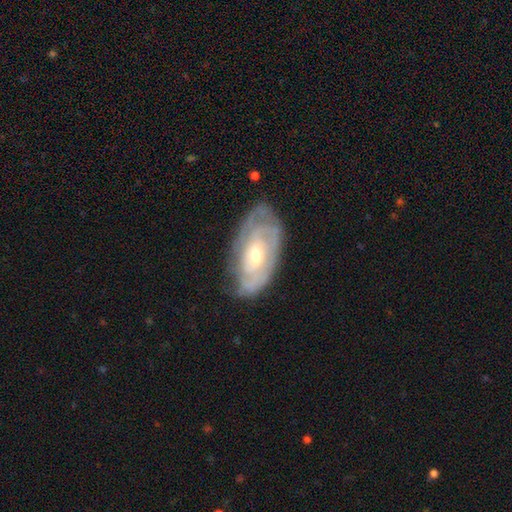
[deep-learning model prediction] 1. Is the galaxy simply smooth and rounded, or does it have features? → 79% featured or disk, 16% smooth, 6% star or artifact.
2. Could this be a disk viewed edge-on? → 93% no, 7% yes.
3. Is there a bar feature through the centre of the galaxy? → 63% no, 29% weak, 8% strong.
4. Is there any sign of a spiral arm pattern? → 87% yes, 13% no.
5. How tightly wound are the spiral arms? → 71% tight, 22% medium, 7% loose.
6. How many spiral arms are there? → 51% can't tell, 22% 2, 12% 3, 6% 4, 5% 1, 4% more than 4.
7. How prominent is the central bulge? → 56% moderate, 39% small, 3% large, 1% none, 1% dominant.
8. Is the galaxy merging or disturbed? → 72% none, 21% minor disturbance, 6% major disturbance, 1% merger.